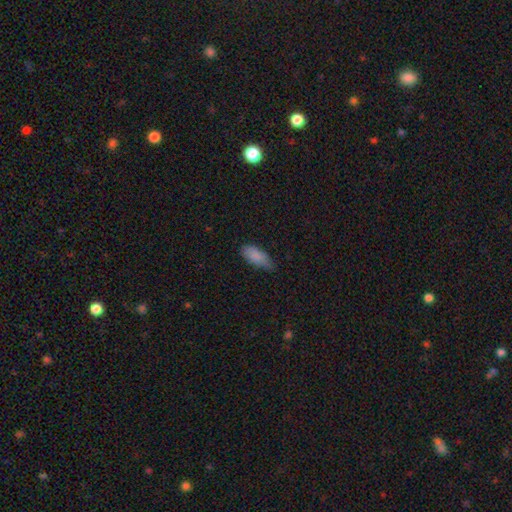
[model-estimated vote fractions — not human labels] Smooth or featured: smooth — 86% (star or artifact — 7%)
How rounded: in between — 86% (cigar-shaped — 11%)
Merging: none — 60% (minor disturbance — 33%)